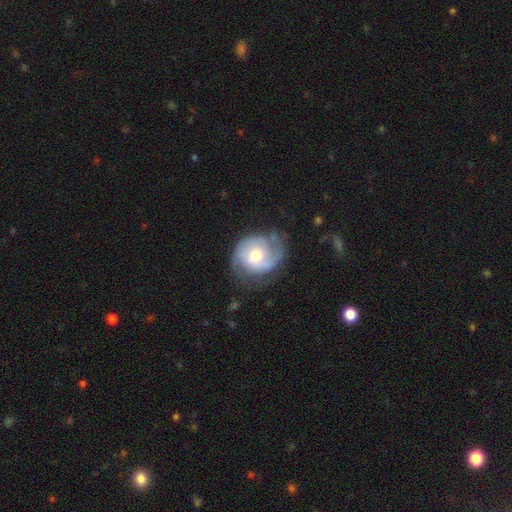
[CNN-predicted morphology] smooth-or-featured: featured or disk: 73% | smooth: 21% | star or artifact: 6%
  disk-edge-on: no: 98% | yes: 2%
    bar: no: 68% | weak: 27% | strong: 5%
    has-spiral-arms: yes: 90% | no: 10%
      spiral-winding: medium: 41% | tight: 40% | loose: 19%
      spiral-arm-count: 2: 67% | can't tell: 14% | 1: 9% | 3: 6% | 4: 2% | more than 4: 2%
    bulge-size: moderate: 67% | small: 20% | large: 10% | none: 1% | dominant: 1%
  merging: none: 60% | minor disturbance: 24% | major disturbance: 14% | merger: 2%